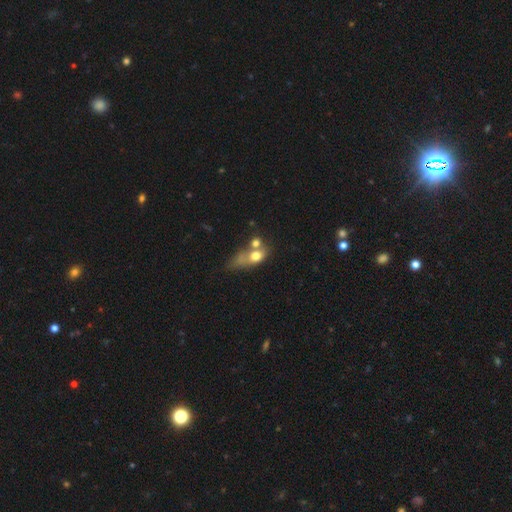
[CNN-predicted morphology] Overall: smooth (64%; featured or disk 25%). How rounded: in between (59%; round 29%). Merging: merger (45%; none 23%).